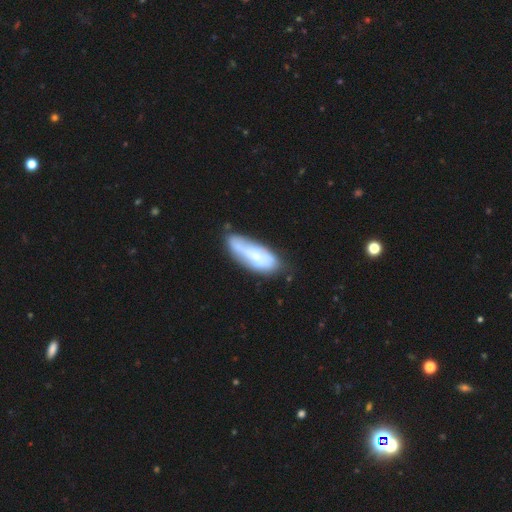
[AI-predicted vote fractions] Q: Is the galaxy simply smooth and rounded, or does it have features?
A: smooth — 56%.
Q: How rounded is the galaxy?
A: in between — 63%.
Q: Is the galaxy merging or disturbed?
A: none — 57%.